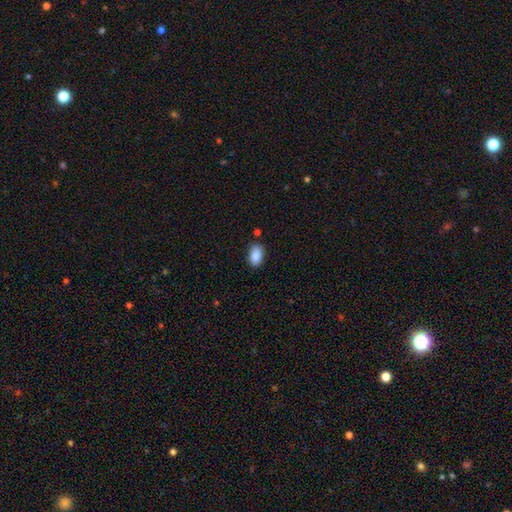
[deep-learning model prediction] smooth 88%, star or artifact 7%, featured or disk 5%. Down the decision tree: how rounded — in between (90%); merging — none (83%).